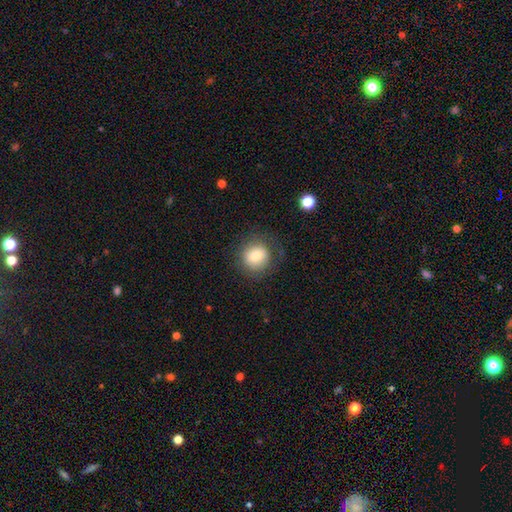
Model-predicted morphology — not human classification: Smooth or featured?
  - smooth: 76% *
  - featured or disk: 14%
  - star or artifact: 10%
How rounded?
  - round: 89% *
  - in between: 10%
  - cigar-shaped: 1%
Merging?
  - none: 79% *
  - minor disturbance: 13%
  - major disturbance: 7%
  - merger: 1%